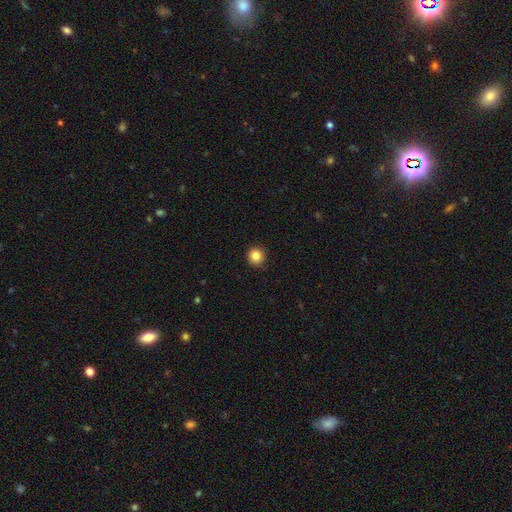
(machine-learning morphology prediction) Smooth or featured? smooth (85%)
How rounded? round (94%)
Merging? none (90%)